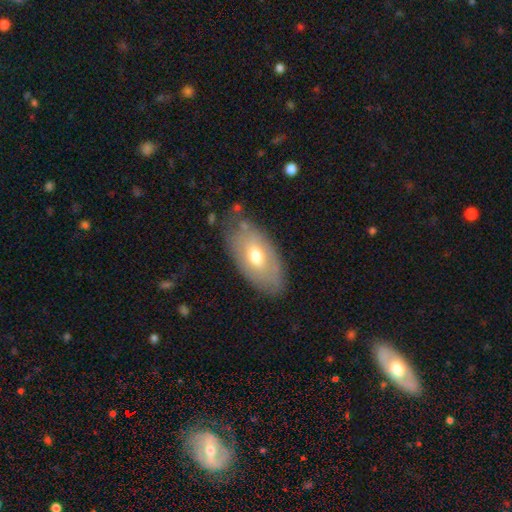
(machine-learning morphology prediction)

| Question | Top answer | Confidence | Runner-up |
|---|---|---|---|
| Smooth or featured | smooth | 56% | featured or disk (38%) |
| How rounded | in between | 92% | round (4%) |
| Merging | none | 72% | minor disturbance (20%) |